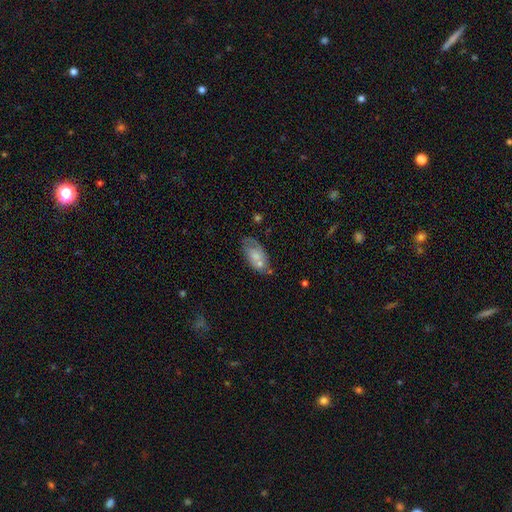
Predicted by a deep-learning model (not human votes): Smooth or featured: smooth — 55% (featured or disk — 37%)
How rounded: in between — 91% (cigar-shaped — 5%)
Merging: none — 46% (minor disturbance — 25%)